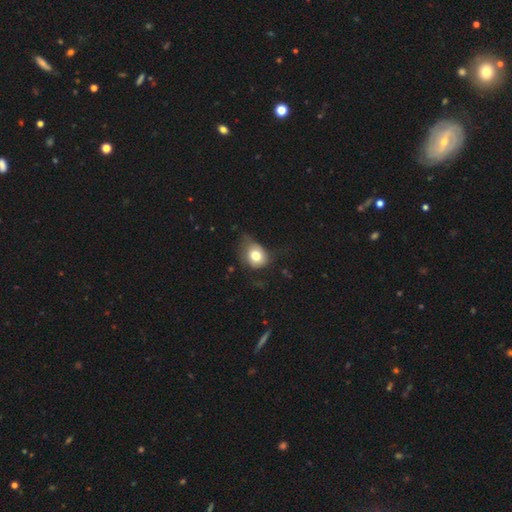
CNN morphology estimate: Overall: smooth (74%). How rounded: round (56%; in between 43%). Merging: none (41%; minor disturbance 37%).